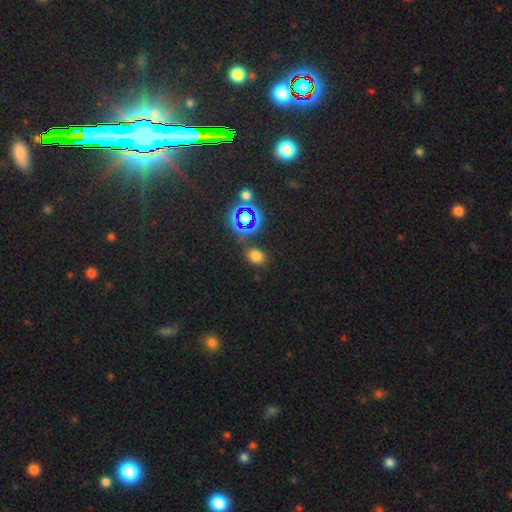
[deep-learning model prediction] Morphology: type=smooth (66%); roundness=in between (64%); merging=none (80%).